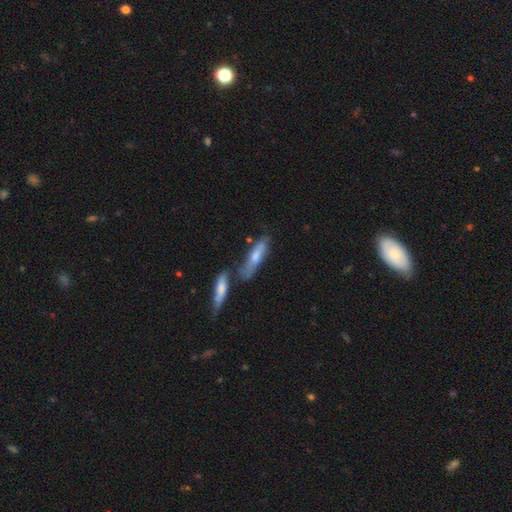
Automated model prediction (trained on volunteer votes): Overall: smooth (51%; featured or disk 41%). How rounded: cigar-shaped (66%; in between 32%). Merging: none (46%; merger 30%).